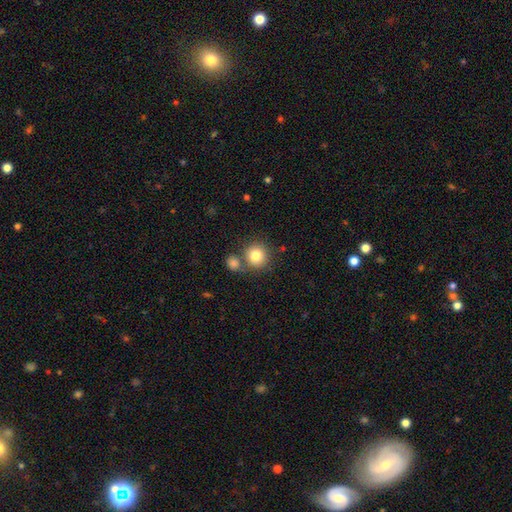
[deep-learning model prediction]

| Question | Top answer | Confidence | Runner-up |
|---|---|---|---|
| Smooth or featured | smooth | 81% | star or artifact (10%) |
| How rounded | round | 91% | in between (8%) |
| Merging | none | 67% | merger (22%) |